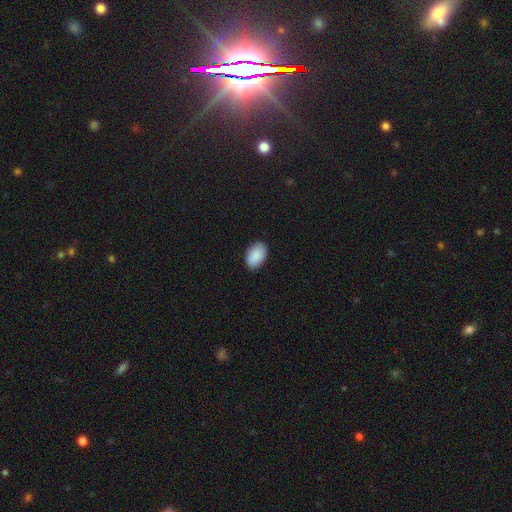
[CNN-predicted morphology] smooth_or_featured: smooth (p=0.89) [alt: star or artifact p=0.06]
how_rounded: in between (p=0.91) [alt: round p=0.08]
merging: none (p=0.87) [alt: minor disturbance p=0.10]